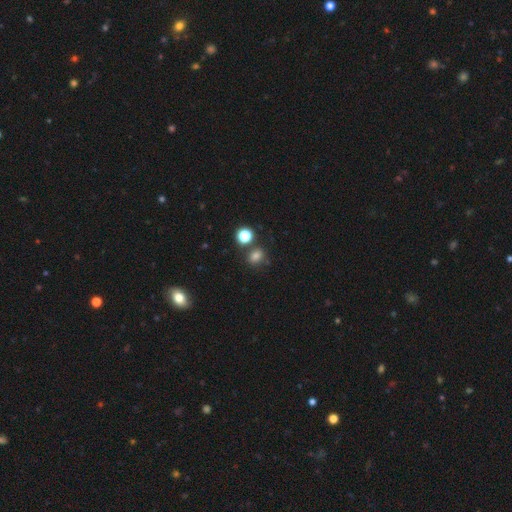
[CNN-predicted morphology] smooth-or-featured: smooth: 77% | star or artifact: 18% | featured or disk: 6%
  how-rounded: round: 52% | in between: 47% | cigar-shaped: 1%
  merging: none: 70% | merger: 13% | minor disturbance: 12% | major disturbance: 4%